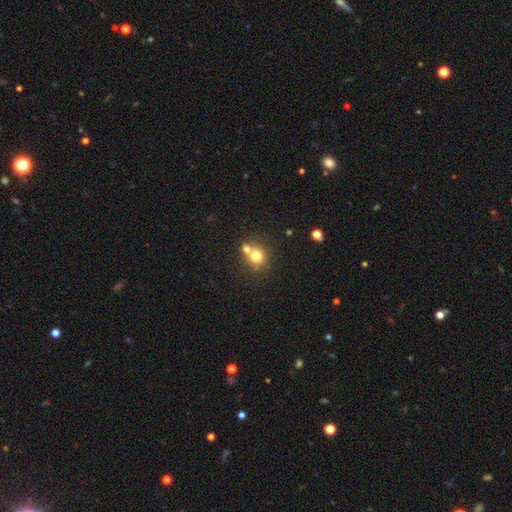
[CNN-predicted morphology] smooth 74%, featured or disk 14%, star or artifact 13%. Down the decision tree: how rounded — round (81%); merging — none (47%).